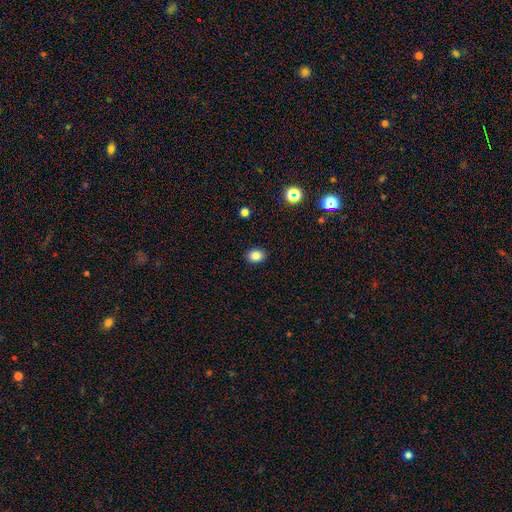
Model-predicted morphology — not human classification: smooth-or-featured: smooth: 84% | star or artifact: 11% | featured or disk: 5%
  how-rounded: in between: 54% | round: 45% | cigar-shaped: 1%
  merging: none: 89% | minor disturbance: 8% | major disturbance: 2% | merger: 1%